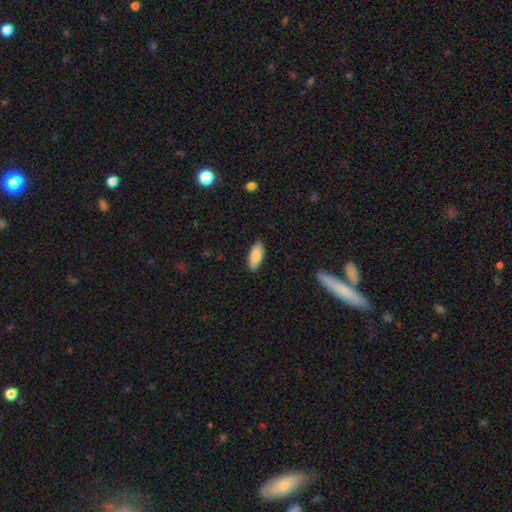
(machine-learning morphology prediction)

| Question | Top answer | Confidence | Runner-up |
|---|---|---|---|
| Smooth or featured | smooth | 87% | featured or disk (7%) |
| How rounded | in between | 85% | cigar-shaped (14%) |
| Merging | none | 87% | minor disturbance (10%) |